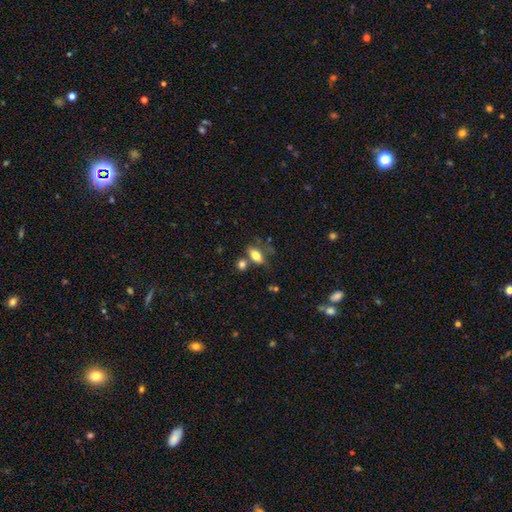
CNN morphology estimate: Smooth or featured? Predicted: smooth (p=0.72). How rounded? Predicted: in between (p=0.81). Merging? Predicted: none (p=0.53).